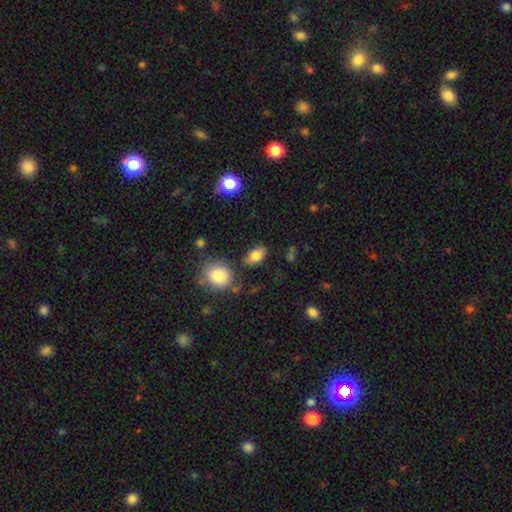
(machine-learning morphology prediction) smooth-or-featured: smooth: 81% | featured or disk: 10% | star or artifact: 9%
  how-rounded: in between: 88% | round: 10% | cigar-shaped: 2%
  merging: none: 77% | minor disturbance: 14% | merger: 5% | major disturbance: 4%